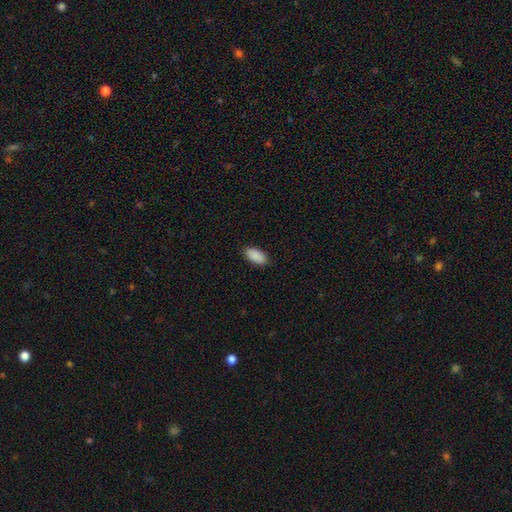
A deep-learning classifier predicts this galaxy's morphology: A smooth galaxy with no disk features (91%) that is in between round and cigar-shaped (93%). Merging: none (89%).